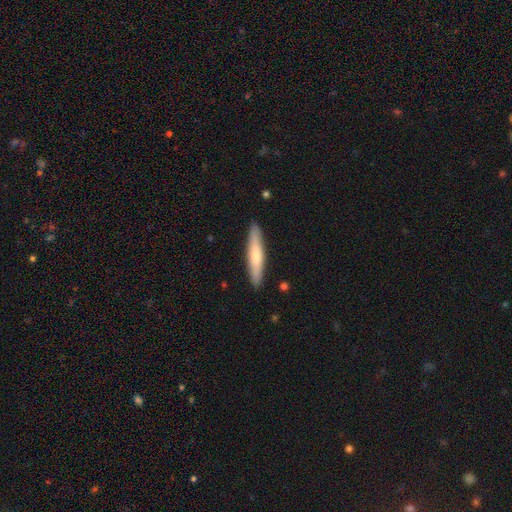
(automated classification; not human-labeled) The model was most divided on "smooth or featured": smooth: 66%, featured or disk: 29%, star or artifact: 5%. More confident: merging — none (90%); how rounded — cigar-shaped (90%).